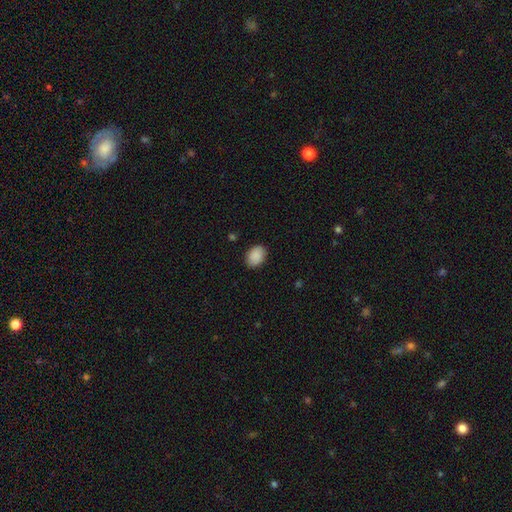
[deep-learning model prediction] smooth-or-featured: smooth: 90% | star or artifact: 7% | featured or disk: 4%
  how-rounded: in between: 76% | round: 23% | cigar-shaped: 1%
  merging: none: 86% | minor disturbance: 10% | major disturbance: 2% | merger: 1%